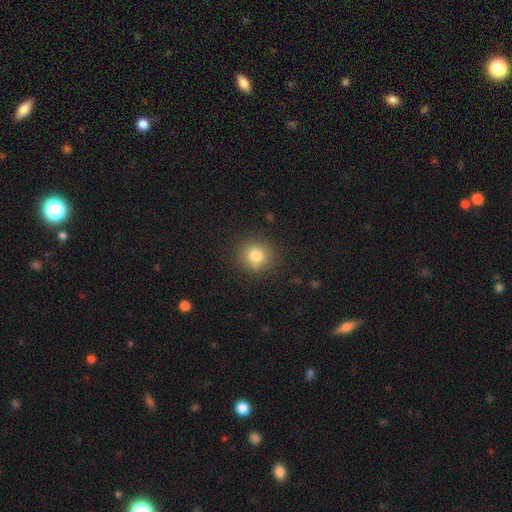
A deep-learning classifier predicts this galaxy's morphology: Smooth or featured?
  - smooth: 79% *
  - star or artifact: 12%
  - featured or disk: 9%
How rounded?
  - round: 88% *
  - in between: 11%
  - cigar-shaped: 1%
Merging?
  - none: 83% *
  - minor disturbance: 10%
  - major disturbance: 3%
  - merger: 3%